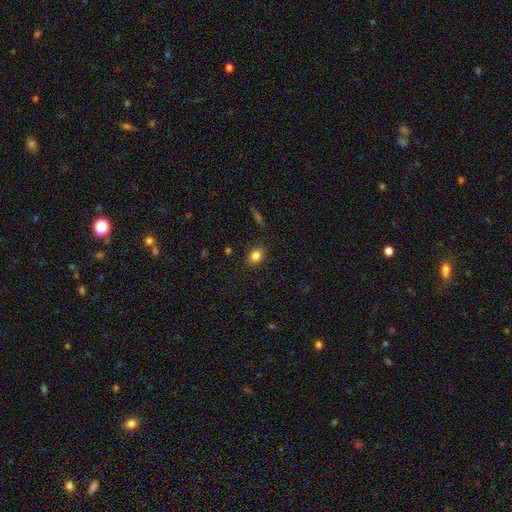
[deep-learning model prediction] Smooth or featured? Predicted: smooth (p=0.83). How rounded? Predicted: in between (p=0.54). Merging? Predicted: none (p=0.86).